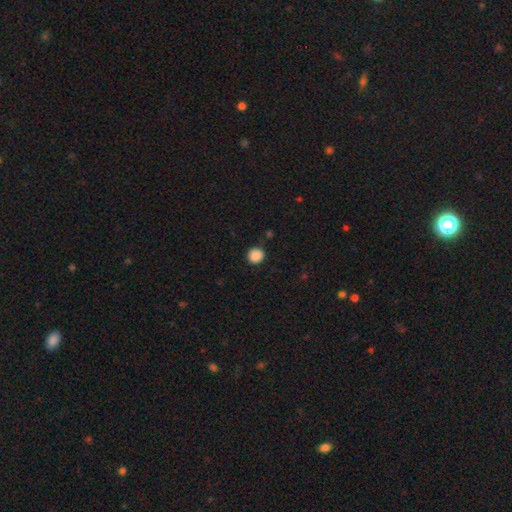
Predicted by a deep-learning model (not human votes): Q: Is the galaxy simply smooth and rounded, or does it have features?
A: smooth — 88%.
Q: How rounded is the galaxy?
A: round — 90%.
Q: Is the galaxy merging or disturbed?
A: none — 88%.